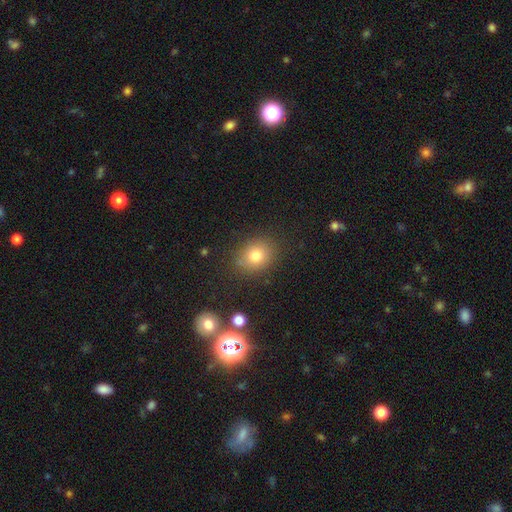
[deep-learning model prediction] The model was most divided on "how rounded": round: 66%, in between: 33%, cigar-shaped: 1%. More confident: merging — none (81%); smooth or featured — smooth (75%).